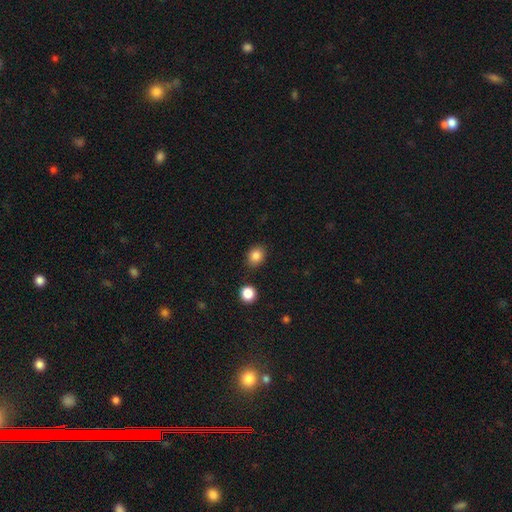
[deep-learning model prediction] smooth_or_featured: smooth (p=0.85) [alt: star or artifact p=0.10]
how_rounded: round (p=0.54) [alt: in between p=0.45]
merging: none (p=0.82) [alt: minor disturbance p=0.11]